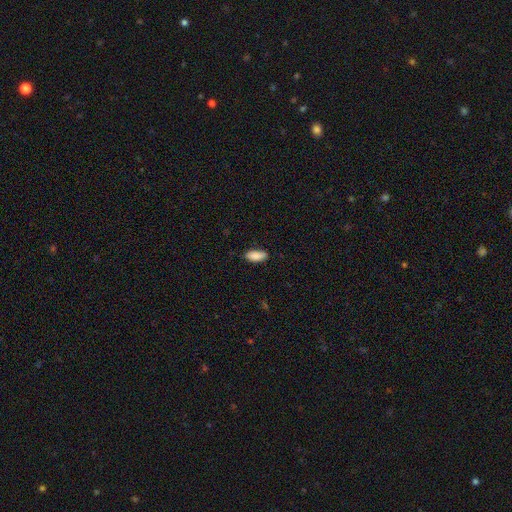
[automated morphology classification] Smooth or featured? smooth (87%)
How rounded? in between (85%)
Merging? none (81%)